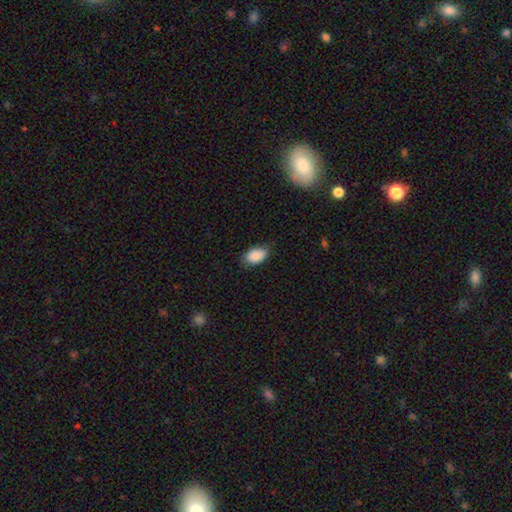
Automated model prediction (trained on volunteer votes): Q: Smooth or featured?
A: smooth (87%); runner-up: star or artifact (7%)
Q: How rounded?
A: in between (91%); runner-up: round (8%)
Q: Merging?
A: none (69%); runner-up: minor disturbance (25%)